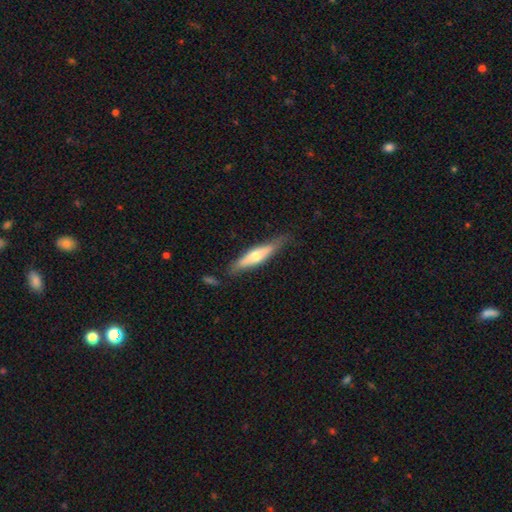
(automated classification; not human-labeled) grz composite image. It shows a featured or disk galaxy (48%). Merging: none (75%).